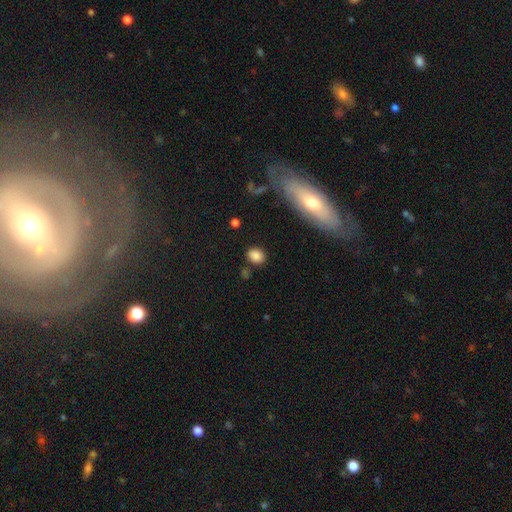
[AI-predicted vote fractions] smooth-or-featured: smooth: 83% | star or artifact: 10% | featured or disk: 6%
  how-rounded: in between: 58% | round: 41% | cigar-shaped: 2%
  merging: none: 78% | minor disturbance: 14% | merger: 5% | major disturbance: 4%